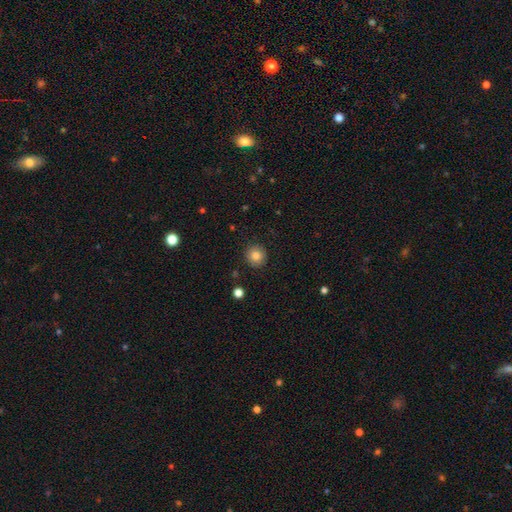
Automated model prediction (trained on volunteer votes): This appears to be a smooth galaxy with no disk features (82%) that is round (92%). Merging: none (91%).